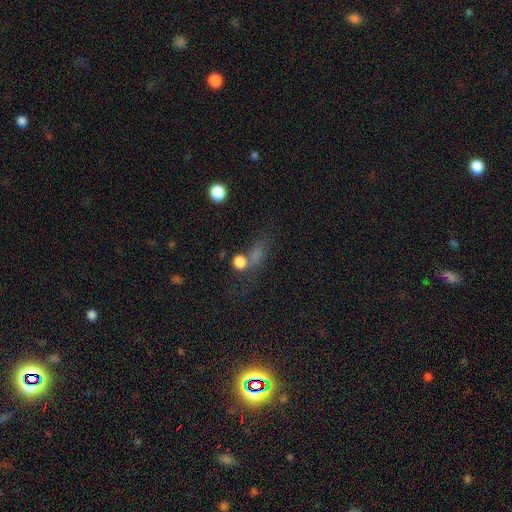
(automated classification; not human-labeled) smooth 59%, star or artifact 27%, featured or disk 14%. Down the decision tree: how rounded — in between (47%); merging — none (46%).